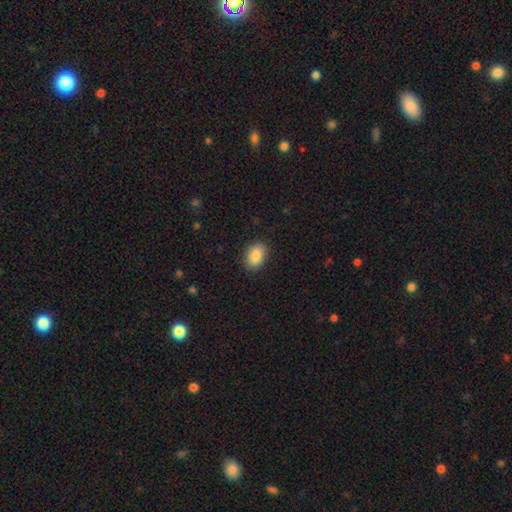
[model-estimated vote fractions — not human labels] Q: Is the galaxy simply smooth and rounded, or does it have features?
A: smooth — 87%.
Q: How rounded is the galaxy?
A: in between — 82%.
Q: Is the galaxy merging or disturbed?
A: none — 88%.